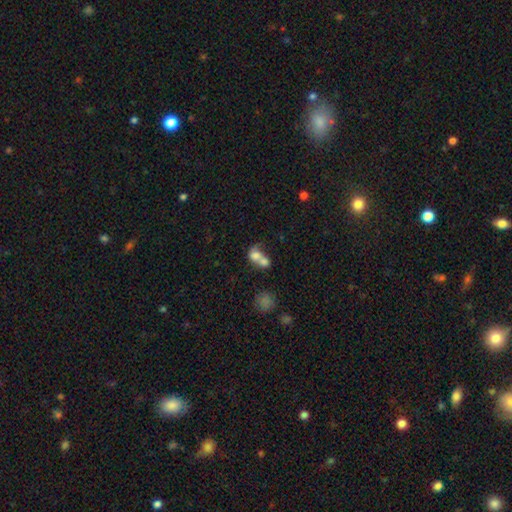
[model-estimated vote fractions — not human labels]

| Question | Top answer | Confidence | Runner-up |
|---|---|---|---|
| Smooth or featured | smooth | 68% | featured or disk (22%) |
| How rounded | in between | 56% | round (42%) |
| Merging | merger | 74% | none (13%) |